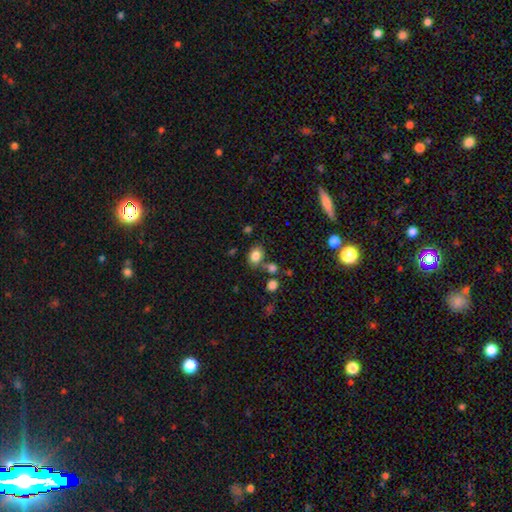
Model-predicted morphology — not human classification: Overall: smooth (83%). How rounded: in between (66%; round 33%). Merging: none (68%).